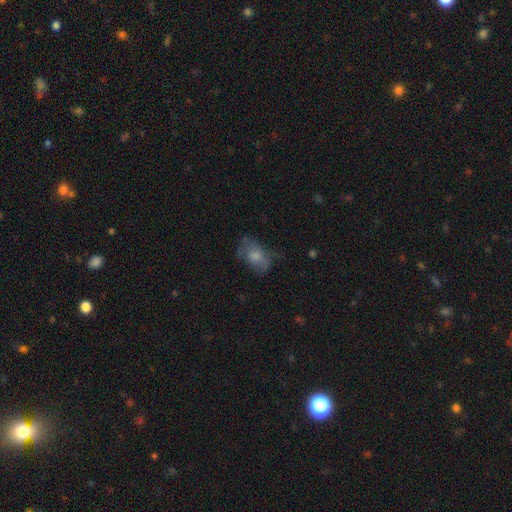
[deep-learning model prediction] Smooth or featured? Predicted: smooth (p=0.64). How rounded? Predicted: in between (p=0.85). Merging? Predicted: none (p=0.50).